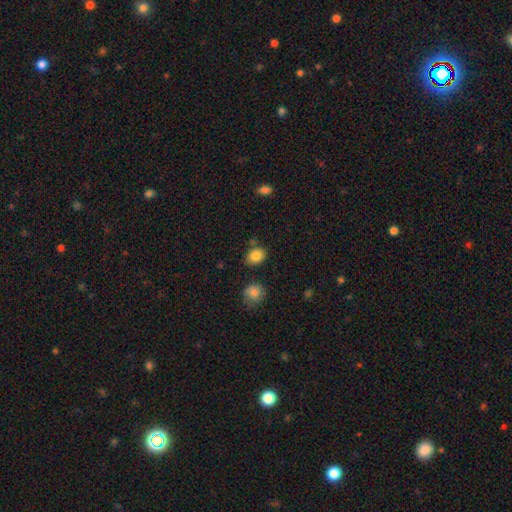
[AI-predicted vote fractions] The model was most divided on "how rounded": in between: 64%, round: 35%, cigar-shaped: 1%. More confident: smooth or featured — smooth (85%); merging — none (78%).